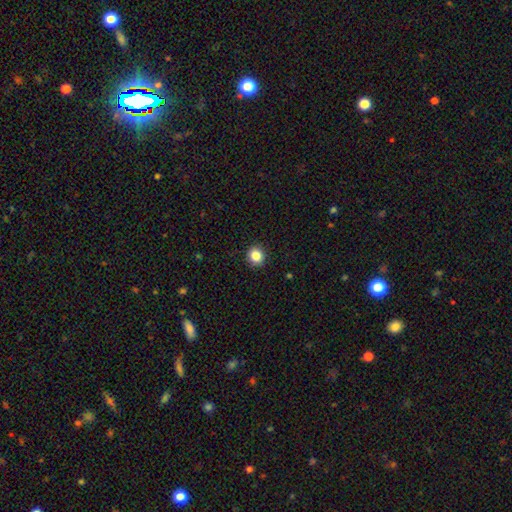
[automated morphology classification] type=smooth (85%); roundness=round (85%); merging=none (91%).